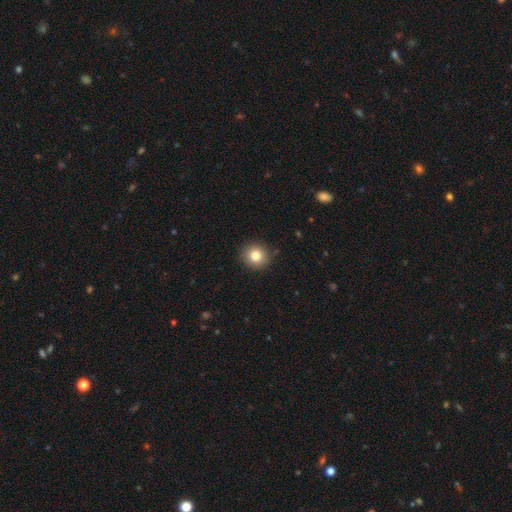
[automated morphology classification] Overall: smooth (82%). How rounded: round (91%). Merging: none (90%).